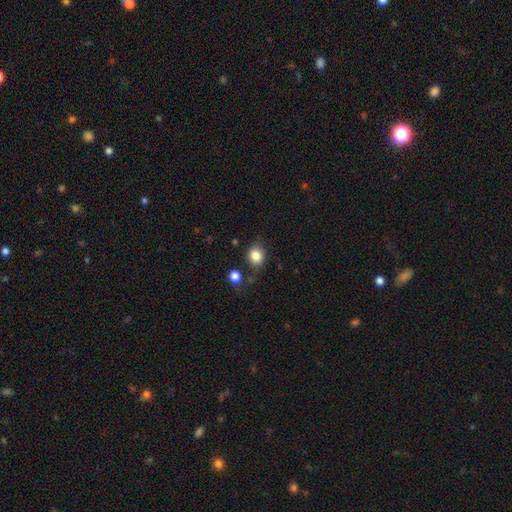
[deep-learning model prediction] Smooth or featured? Predicted: smooth (p=0.82). How rounded? Predicted: round (p=0.59). Merging? Predicted: none (p=0.69).